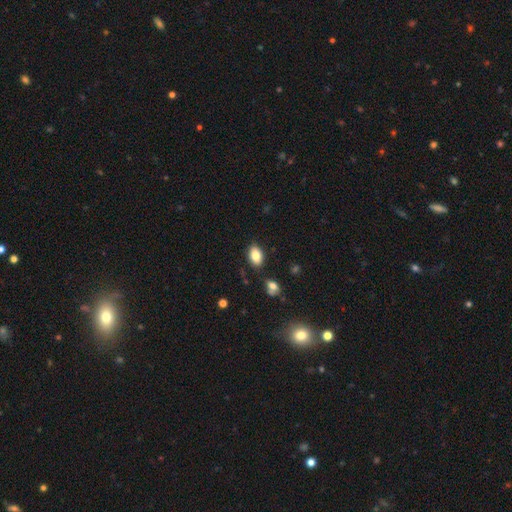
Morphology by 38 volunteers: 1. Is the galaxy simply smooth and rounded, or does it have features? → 82% smooth, 11% featured or disk, 8% star or artifact.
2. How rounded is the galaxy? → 87% in between, 6% round, 6% cigar-shaped.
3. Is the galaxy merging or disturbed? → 83% none, 11% minor disturbance, 3% major disturbance, 3% merger.